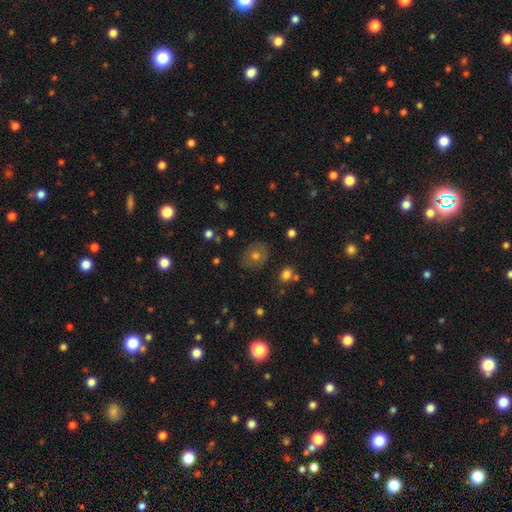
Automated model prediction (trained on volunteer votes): This is likely a smooth galaxy (62%). How rounded: likely round (61%). Merging: clearly none (83%).